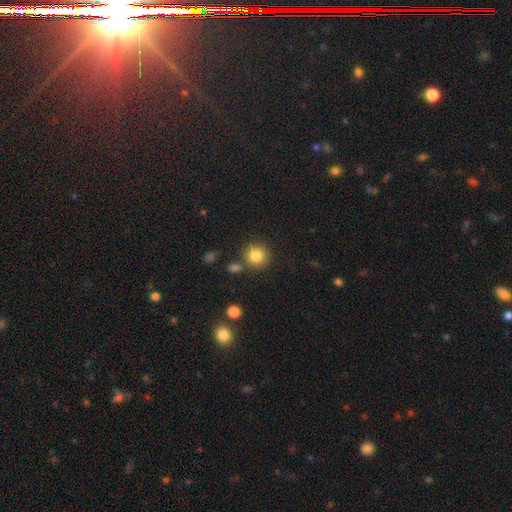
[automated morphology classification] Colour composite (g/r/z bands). It shows a smooth galaxy with no disk features (85%) that is round (91%). Merging: none (79%).